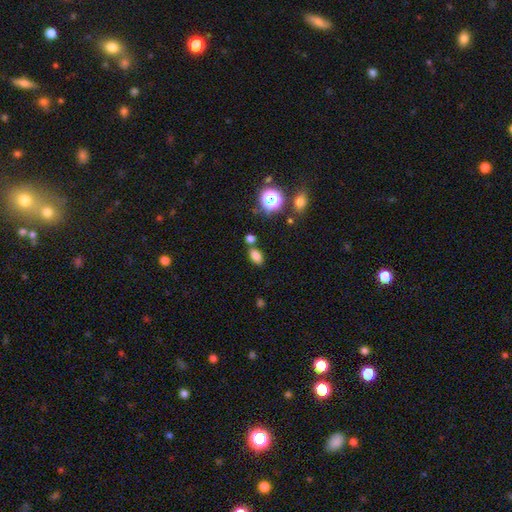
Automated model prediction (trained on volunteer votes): Smooth or featured: smooth — 78% (star or artifact — 15%)
How rounded: in between — 83% (round — 15%)
Merging: none — 70% (merger — 15%)